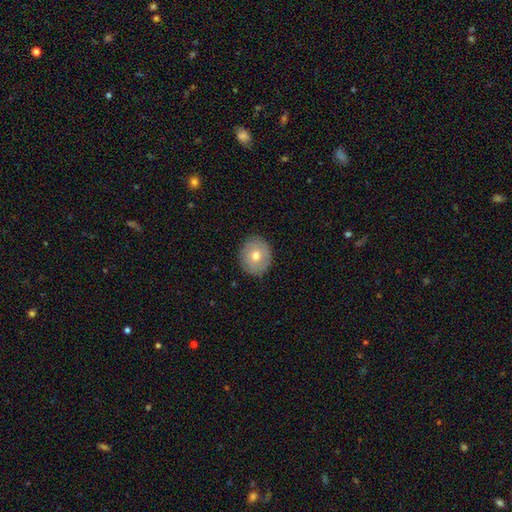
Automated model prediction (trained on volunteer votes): A smooth galaxy with no disk features (64%) that is round (82%).

Vote fractions:
- Smooth or featured? smooth: 64% / featured or disk: 28% / star or artifact: 8%
- How rounded? round: 82% / in between: 17% / cigar-shaped: 1%
- Merging? none: 87% / minor disturbance: 10% / major disturbance: 2% / merger: 1%